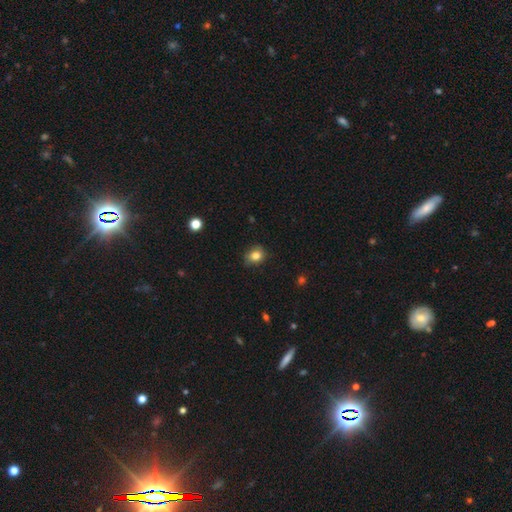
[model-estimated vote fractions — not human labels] Smooth or featured?
  - smooth: 83% *
  - star or artifact: 10%
  - featured or disk: 7%
How rounded?
  - round: 59% *
  - in between: 40%
  - cigar-shaped: 1%
Merging?
  - none: 79% *
  - minor disturbance: 17%
  - major disturbance: 3%
  - merger: 1%